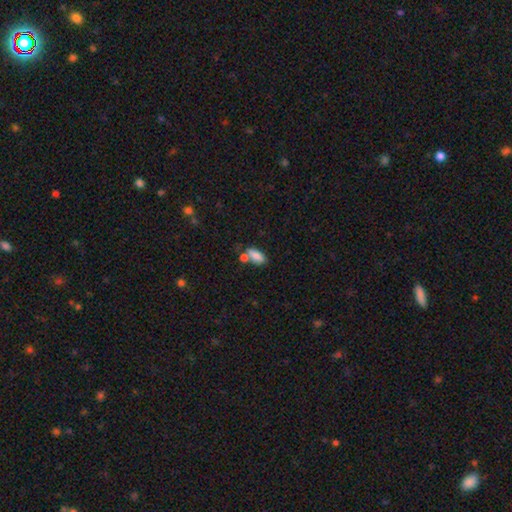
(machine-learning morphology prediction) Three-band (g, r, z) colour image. It shows a smooth galaxy with no disk features (81%) that is in between round and cigar-shaped (85%). Merging: none (47%).